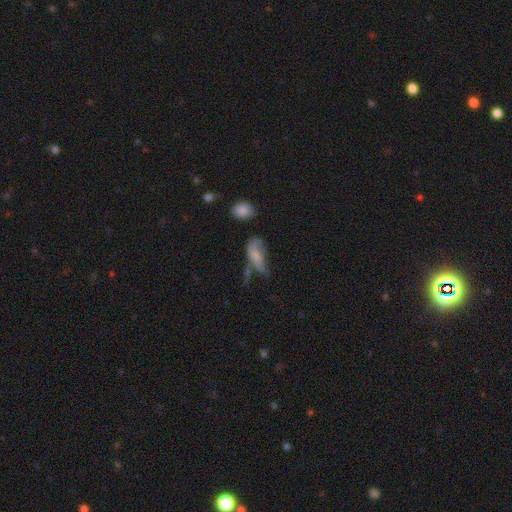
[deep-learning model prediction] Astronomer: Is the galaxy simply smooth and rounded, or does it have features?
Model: smooth — 65%.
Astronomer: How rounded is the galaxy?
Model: in between — 79%.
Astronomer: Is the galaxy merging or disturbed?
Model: major disturbance — 32% (runner-up: none, 26%).